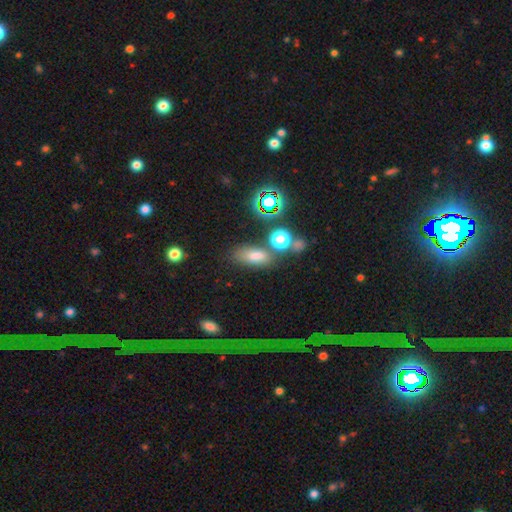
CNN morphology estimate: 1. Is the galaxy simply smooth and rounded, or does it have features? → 68% smooth, 21% star or artifact, 11% featured or disk.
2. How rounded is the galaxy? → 76% in between, 13% cigar-shaped, 11% round.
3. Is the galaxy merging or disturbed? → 63% none, 16% merger, 14% minor disturbance, 7% major disturbance.